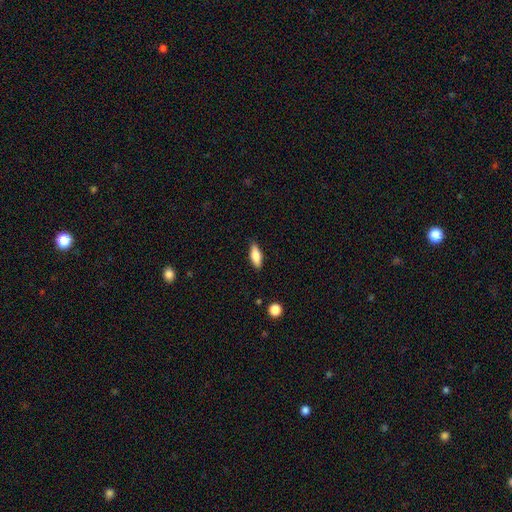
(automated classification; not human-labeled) smooth 77%, featured or disk 16%, star or artifact 7%. Down the decision tree: how rounded — in between (67%); merging — none (86%).